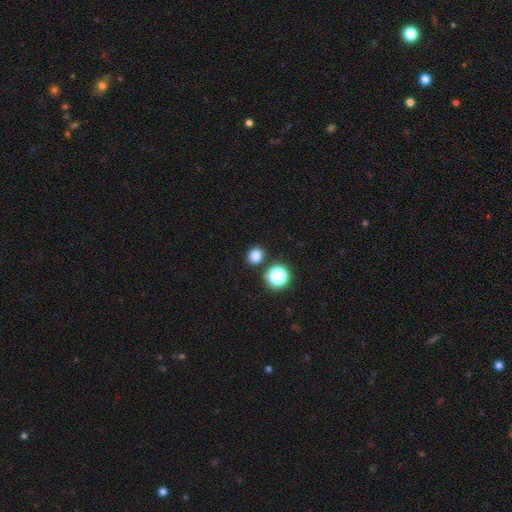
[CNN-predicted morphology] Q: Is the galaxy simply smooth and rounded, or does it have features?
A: smooth — 79%.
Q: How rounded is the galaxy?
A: round — 74%.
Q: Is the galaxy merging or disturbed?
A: none — 86%.